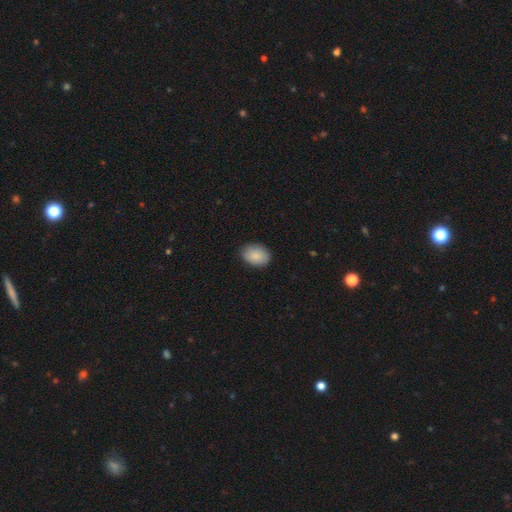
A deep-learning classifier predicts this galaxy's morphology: A smooth galaxy with no disk features (88%) that is in between round and cigar-shaped (76%). Merging: none (86%).